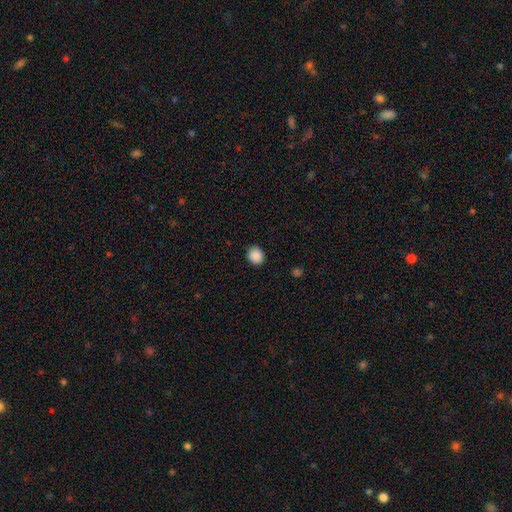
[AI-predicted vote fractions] Smooth or featured: smooth — 89% (star or artifact — 9%)
How rounded: round — 76% (in between — 23%)
Merging: none — 90% (minor disturbance — 7%)